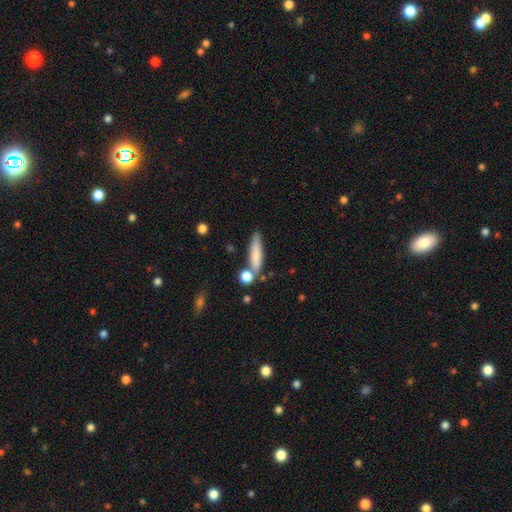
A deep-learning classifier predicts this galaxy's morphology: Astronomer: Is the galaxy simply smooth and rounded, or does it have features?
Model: smooth — 78%.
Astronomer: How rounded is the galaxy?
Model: cigar-shaped — 76%.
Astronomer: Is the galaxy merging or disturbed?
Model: none — 68%.